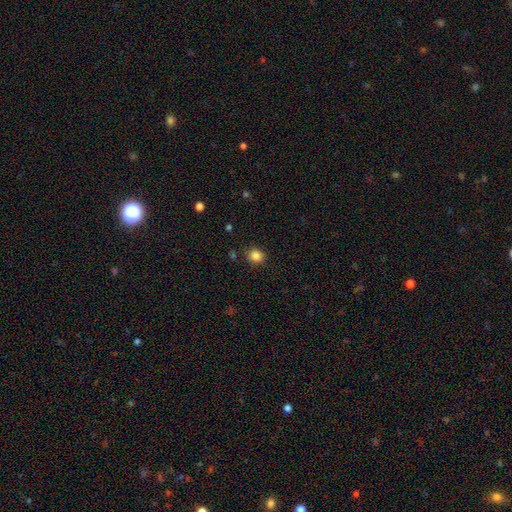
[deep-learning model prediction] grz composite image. It shows a smooth galaxy with no disk features (86%) that is round (76%). Merging: none (87%).